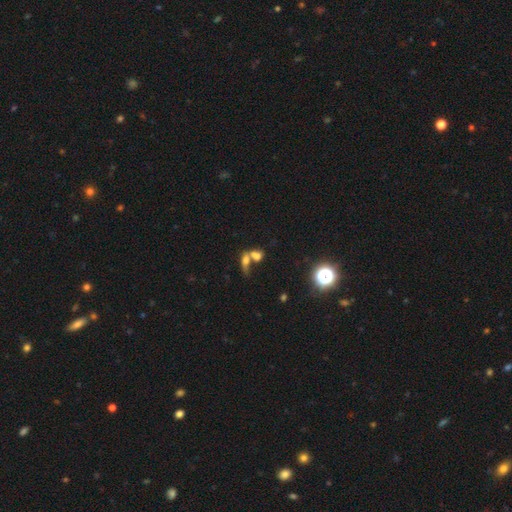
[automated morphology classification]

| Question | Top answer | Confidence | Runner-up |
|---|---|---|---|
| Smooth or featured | smooth | 61% | featured or disk (22%) |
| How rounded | in between | 64% | round (26%) |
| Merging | merger | 63% | none (23%) |